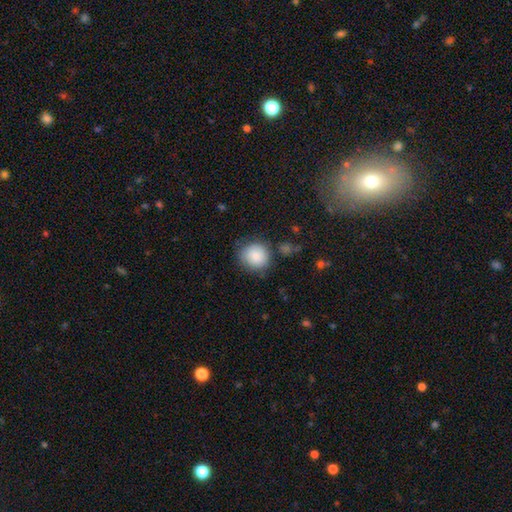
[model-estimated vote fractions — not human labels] Smooth or featured? smooth (87%)
How rounded? round (88%)
Merging? none (76%)